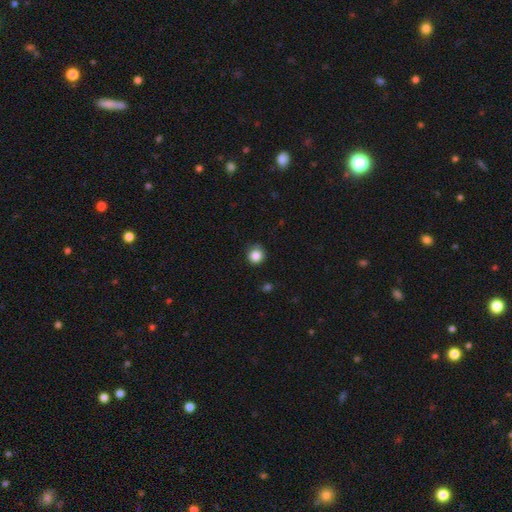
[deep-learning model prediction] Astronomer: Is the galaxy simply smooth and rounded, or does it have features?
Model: smooth — 85%.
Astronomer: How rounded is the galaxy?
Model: round — 92%.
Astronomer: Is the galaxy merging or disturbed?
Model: none — 84%.